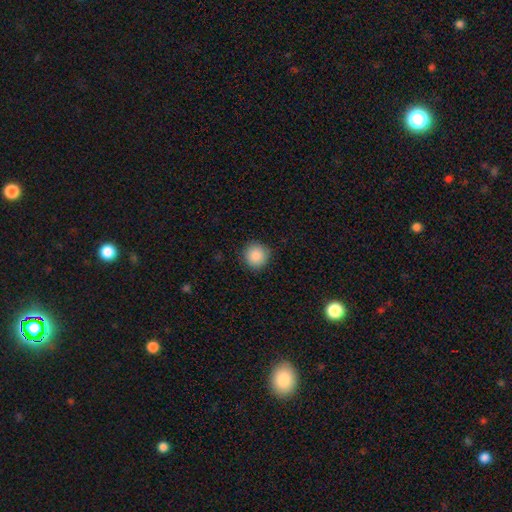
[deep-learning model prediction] A smooth galaxy with no disk features (88%) that is round (94%). Merging: none (89%).